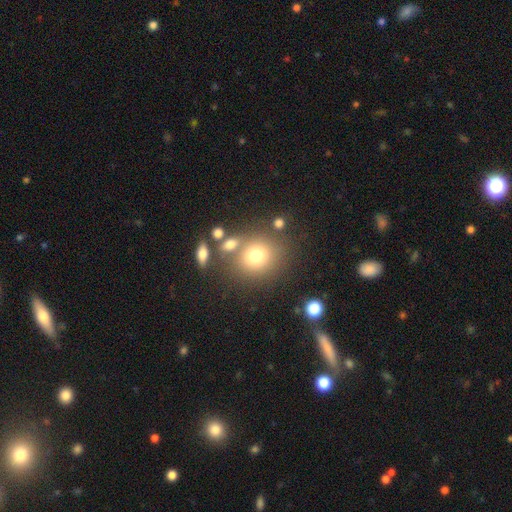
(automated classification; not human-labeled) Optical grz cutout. It shows a smooth galaxy with no disk features (73%) that is round (80%). Merging: none (68%).